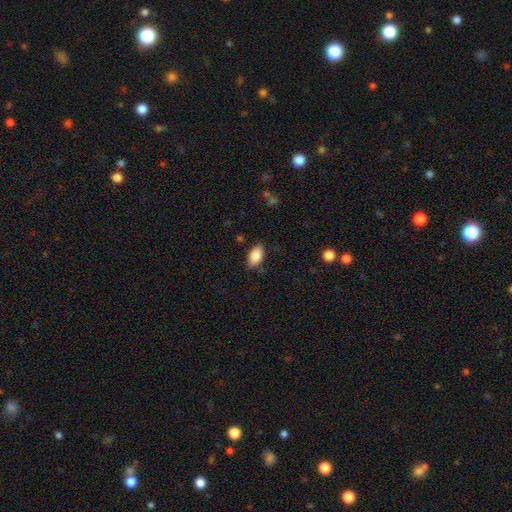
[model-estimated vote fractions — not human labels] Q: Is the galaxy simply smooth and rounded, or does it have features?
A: smooth — 87%.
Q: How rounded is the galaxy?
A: in between — 93%.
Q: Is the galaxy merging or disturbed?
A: none — 82%.